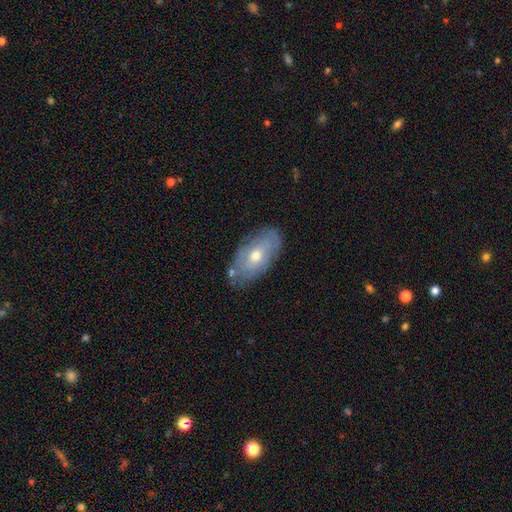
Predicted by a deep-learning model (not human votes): Smooth or featured? featured or disk (49%)
Merging? none (74%)